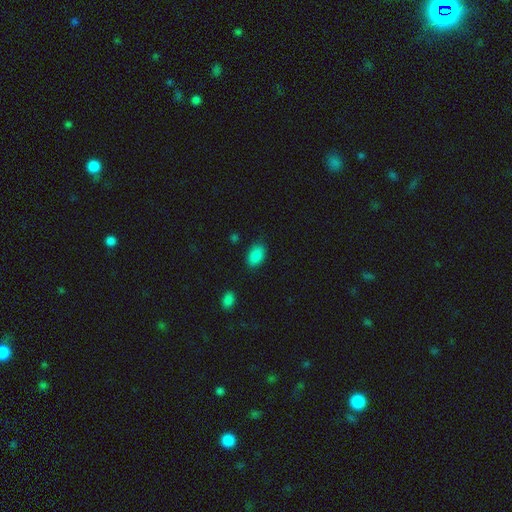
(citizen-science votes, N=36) This is clearly a smooth galaxy (100%). How rounded: clearly in between (94%). Merging: clearly none (86%).